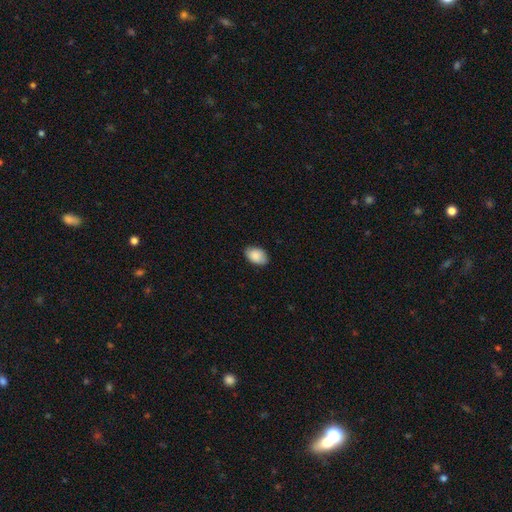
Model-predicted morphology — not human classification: A smooth galaxy with no disk features (88%) that is in between round and cigar-shaped (89%).

Vote fractions:
- Smooth or featured? smooth: 88% / star or artifact: 6% / featured or disk: 5%
- How rounded? in between: 89% / round: 10% / cigar-shaped: 1%
- Merging? none: 84% / minor disturbance: 13% / major disturbance: 2% / merger: 1%